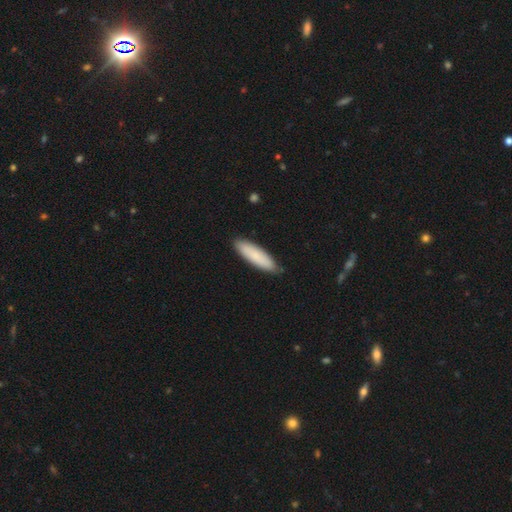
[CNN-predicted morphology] Overall: smooth (82%). How rounded: cigar-shaped (61%; in between 38%). Merging: none (84%).